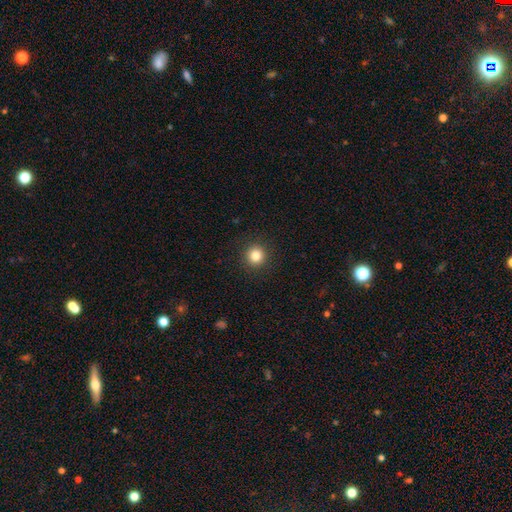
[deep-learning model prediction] smooth 84%, star or artifact 11%, featured or disk 5%. Down the decision tree: how rounded — round (93%); merging — none (92%).